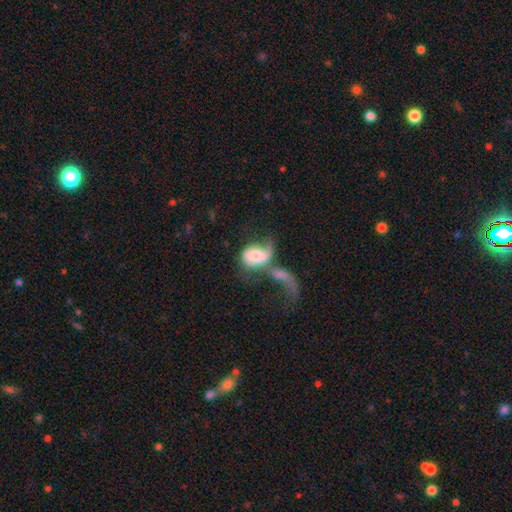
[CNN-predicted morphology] Smooth or featured: featured or disk — 47% (smooth — 46%)
Merging: merger — 59% (major disturbance — 24%)